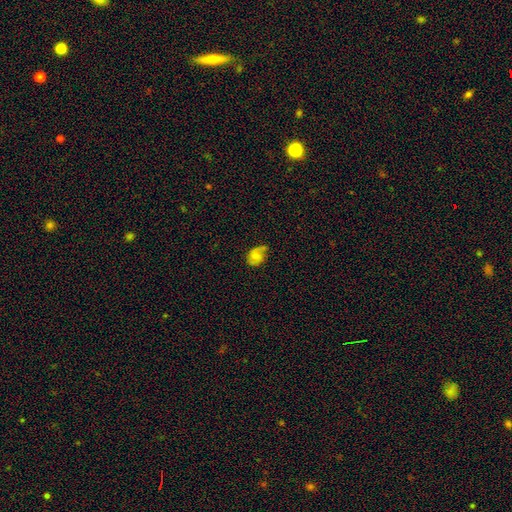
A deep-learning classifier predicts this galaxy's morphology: Overall: smooth (50%; featured or disk 41%). Merging: none (55%; minor disturbance 32%).